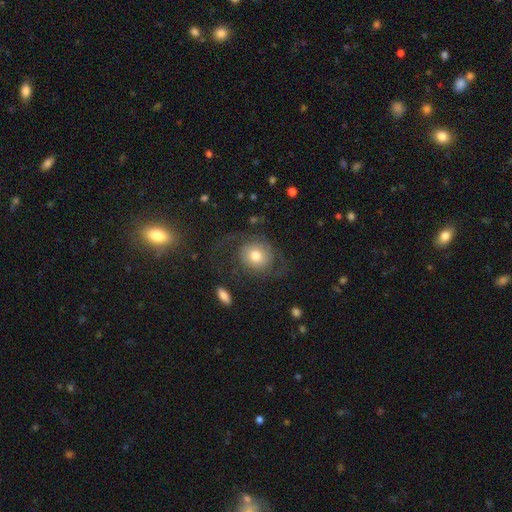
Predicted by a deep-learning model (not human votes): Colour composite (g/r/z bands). It shows a smooth galaxy with no disk features (48%). Merging: none (54%).